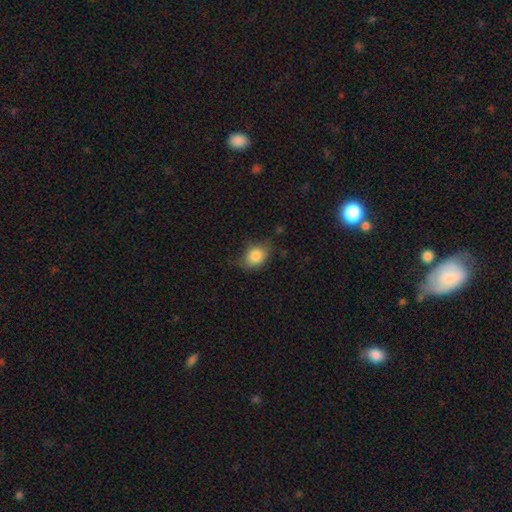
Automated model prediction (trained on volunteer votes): Morphology: type=smooth (83%); roundness=in between (61%); merging=none (62%).